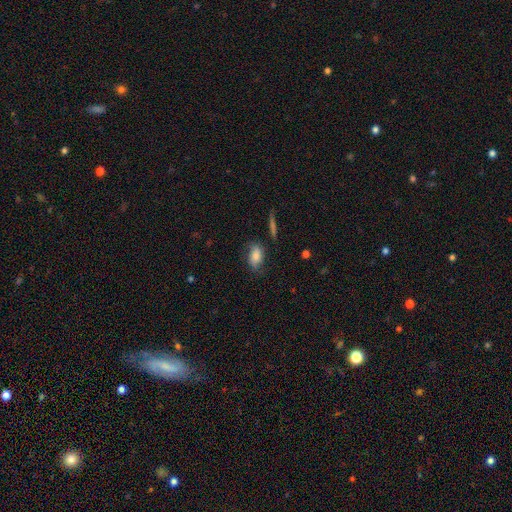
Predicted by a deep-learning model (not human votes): A smooth galaxy with no disk features (70%) that is in between round and cigar-shaped (87%). Merging: none (64%).